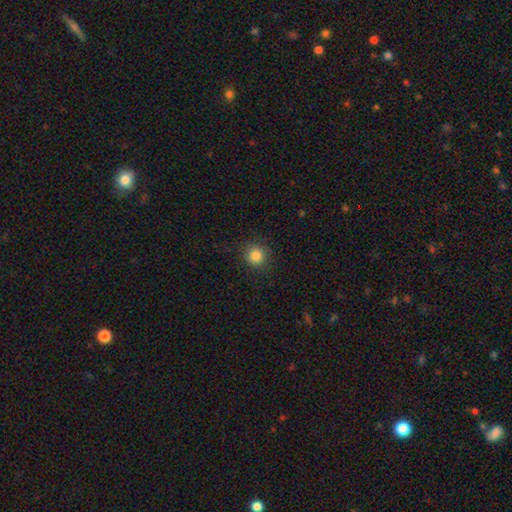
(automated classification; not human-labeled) smooth 84%, star or artifact 11%, featured or disk 4%. Down the decision tree: how rounded — round (92%); merging — none (89%).